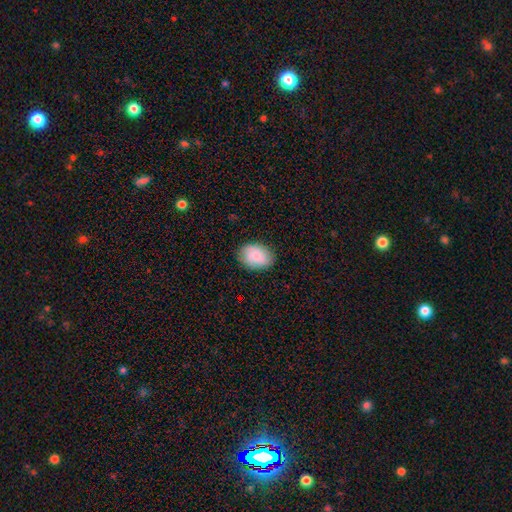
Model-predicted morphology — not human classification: smooth-or-featured: smooth: 83% | featured or disk: 10% | star or artifact: 7%
  how-rounded: in between: 73% | round: 26% | cigar-shaped: 1%
  merging: none: 84% | minor disturbance: 12% | major disturbance: 3% | merger: 1%